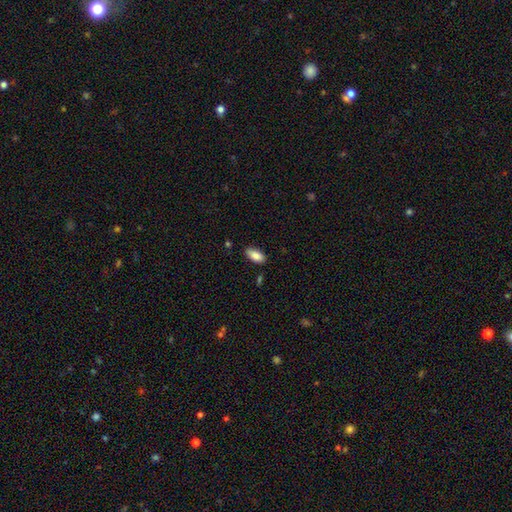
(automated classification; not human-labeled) Smooth or featured?
  - smooth: 86% *
  - featured or disk: 7%
  - star or artifact: 7%
How rounded?
  - in between: 89% *
  - cigar-shaped: 9%
  - round: 2%
Merging?
  - none: 84% *
  - minor disturbance: 12%
  - major disturbance: 2%
  - merger: 2%